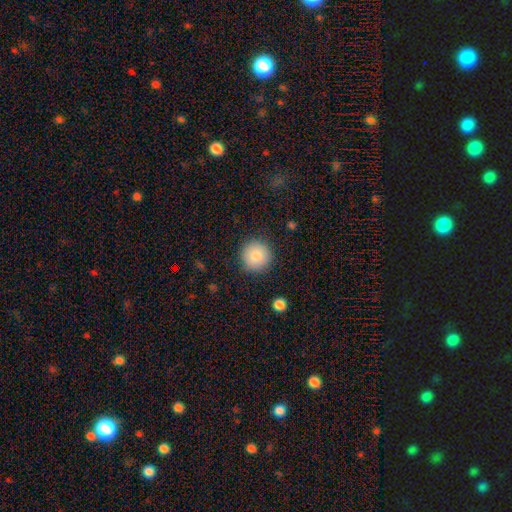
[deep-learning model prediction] smooth-or-featured: smooth: 84% | star or artifact: 9% | featured or disk: 8%
  how-rounded: round: 95% | in between: 4% | cigar-shaped: 1%
  merging: none: 89% | minor disturbance: 7% | major disturbance: 2% | merger: 1%